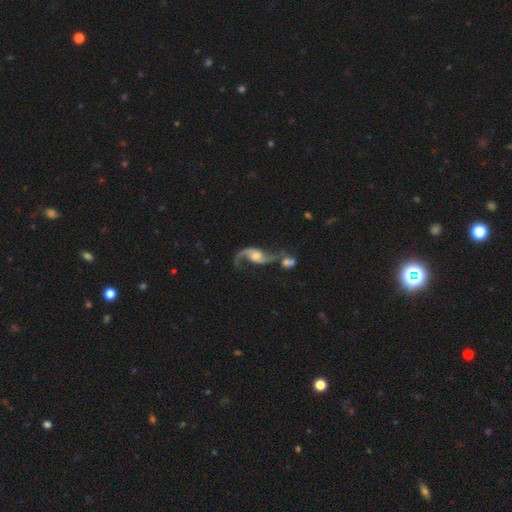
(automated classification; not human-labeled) Smooth or featured? Predicted: featured or disk (p=0.87). Edge-on disk? Predicted: no (p=0.96). Bar? Predicted: no (p=0.52). Spiral arms? Predicted: yes (p=0.96). Spiral winding? Predicted: loose (p=0.83). Spiral arm count? Predicted: 2 (p=0.88). Bulge size? Predicted: moderate (p=0.43). Merging? Predicted: merger (p=0.45).